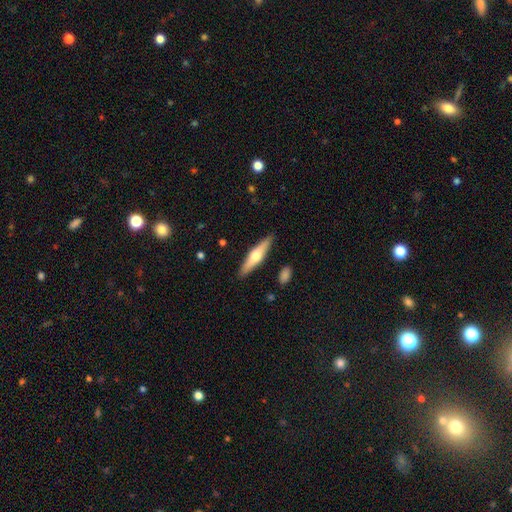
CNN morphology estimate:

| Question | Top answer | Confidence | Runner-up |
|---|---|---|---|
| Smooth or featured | featured or disk | 50% | smooth (45%) |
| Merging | none | 89% | minor disturbance (8%) |